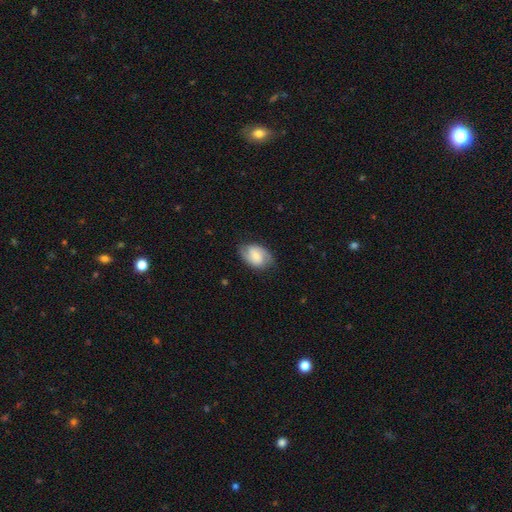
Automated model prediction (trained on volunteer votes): smooth-or-featured: featured or disk: 49% | smooth: 44% | star or artifact: 7%
  merging: none: 75% | minor disturbance: 18% | major disturbance: 5% | merger: 1%